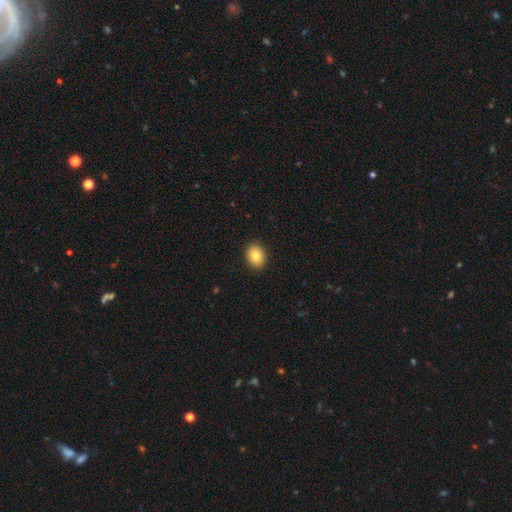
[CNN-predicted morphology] Smooth or featured?
  - smooth: 85% *
  - star or artifact: 8%
  - featured or disk: 7%
How rounded?
  - in between: 51% *
  - round: 48%
  - cigar-shaped: 1%
Merging?
  - none: 91% *
  - minor disturbance: 7%
  - major disturbance: 2%
  - merger: 1%